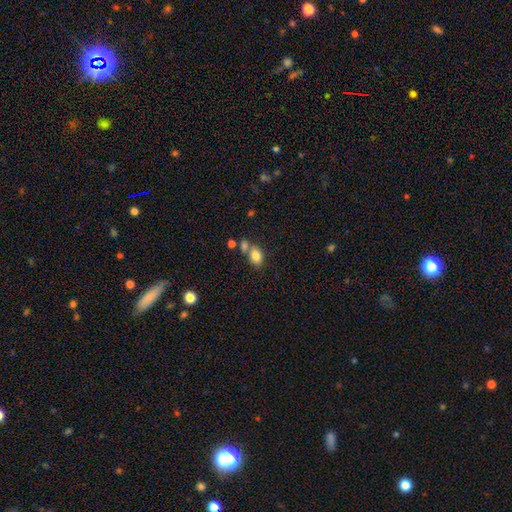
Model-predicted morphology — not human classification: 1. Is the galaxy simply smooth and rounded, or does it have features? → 81% smooth, 10% featured or disk, 9% star or artifact.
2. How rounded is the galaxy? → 80% in between, 18% round, 2% cigar-shaped.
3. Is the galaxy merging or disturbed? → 50% none, 31% merger, 14% minor disturbance, 5% major disturbance.